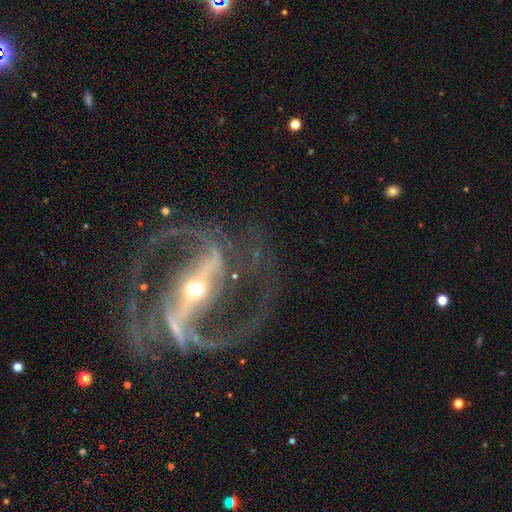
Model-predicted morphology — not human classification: smooth_or_featured: featured or disk (p=0.92) [alt: star or artifact p=0.05]
disk_edge_on: no (p=0.96) [alt: yes p=0.04]
bar: strong (p=0.82) [alt: weak p=0.13]
has_spiral_arms: yes (p=0.98) [alt: no p=0.02]
spiral_winding: medium (p=0.60) [alt: loose p=0.21]
spiral_arm_count: 2 (p=0.91) [alt: 3 p=0.03]
bulge_size: moderate (p=0.48) [alt: small p=0.46]
merging: none (p=0.72) [alt: minor disturbance p=0.12]